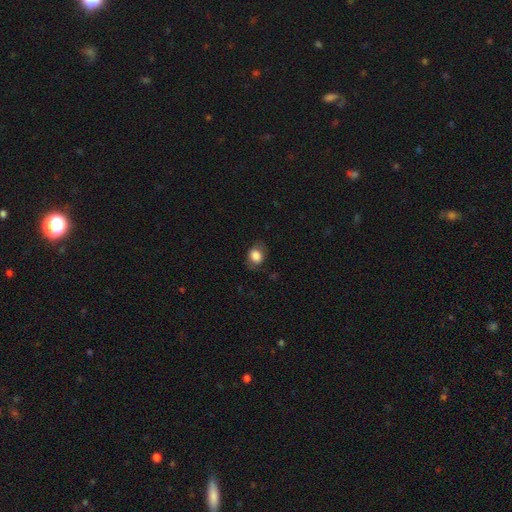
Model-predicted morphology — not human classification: type=smooth (83%); roundness=in between (59%); merging=none (73%).